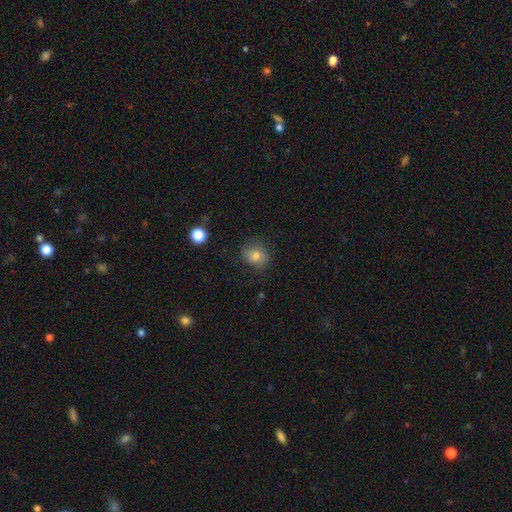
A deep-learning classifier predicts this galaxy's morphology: type=smooth (79%); roundness=round (69%); merging=none (77%).